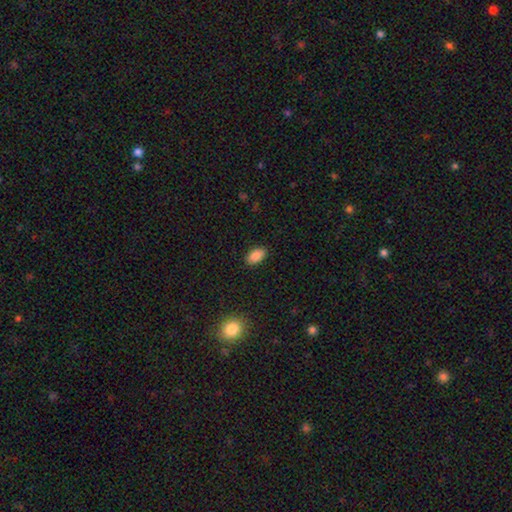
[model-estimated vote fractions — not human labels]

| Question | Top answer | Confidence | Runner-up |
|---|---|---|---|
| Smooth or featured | smooth | 87% | star or artifact (8%) |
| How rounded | in between | 93% | round (5%) |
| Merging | none | 88% | minor disturbance (9%) |